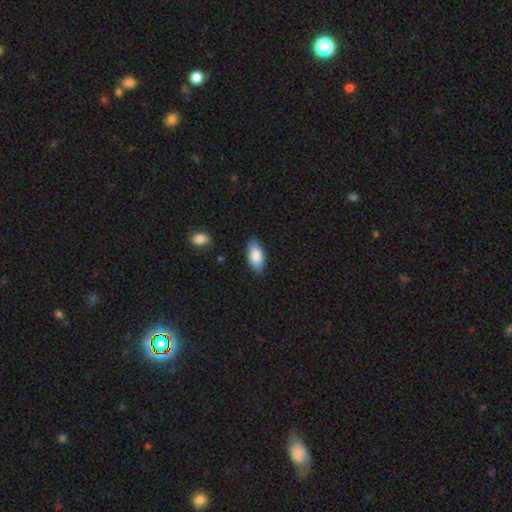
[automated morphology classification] This appears to be a smooth galaxy with no disk features (85%) that is in between round and cigar-shaped (91%). Merging: none (84%).